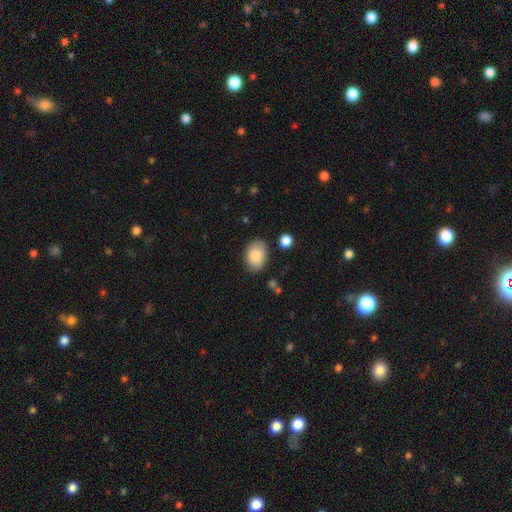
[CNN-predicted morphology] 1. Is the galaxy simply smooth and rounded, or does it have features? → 86% smooth, 7% featured or disk, 7% star or artifact.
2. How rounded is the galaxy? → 80% in between, 19% round, 1% cigar-shaped.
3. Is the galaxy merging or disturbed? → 78% none, 16% minor disturbance, 4% major disturbance, 3% merger.